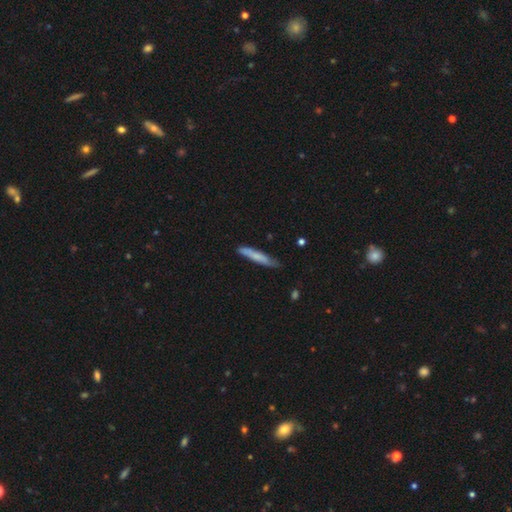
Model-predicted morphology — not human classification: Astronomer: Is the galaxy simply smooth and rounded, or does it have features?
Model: smooth — 67%.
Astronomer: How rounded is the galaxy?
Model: cigar-shaped — 92%.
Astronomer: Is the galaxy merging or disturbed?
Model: none — 78%.